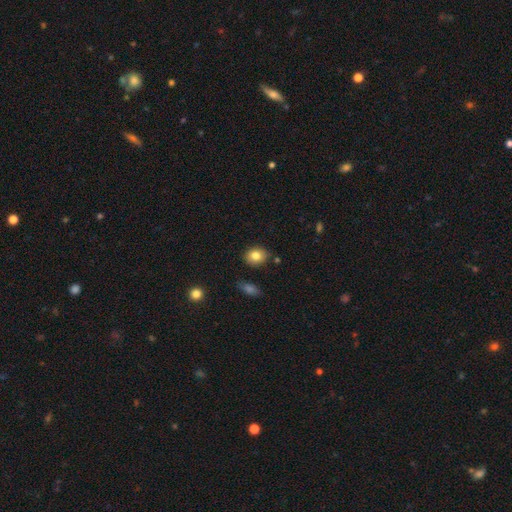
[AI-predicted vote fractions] smooth_or_featured: smooth (p=0.82) [alt: featured or disk p=0.09]
how_rounded: round (p=0.52) [alt: in between p=0.47]
merging: none (p=0.81) [alt: minor disturbance p=0.13]